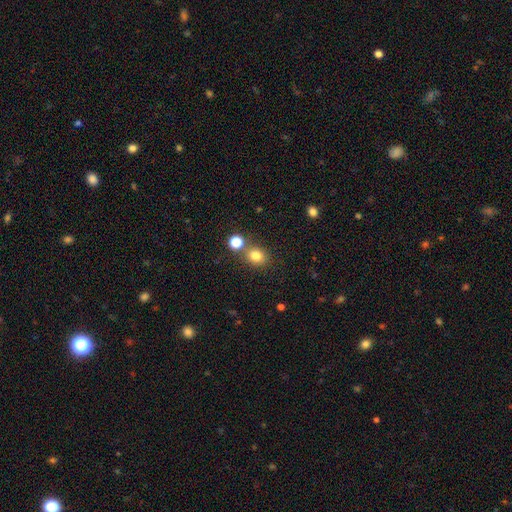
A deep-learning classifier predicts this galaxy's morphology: This appears to be a smooth galaxy with no disk features (79%) that is round (66%). Merging: none (72%).